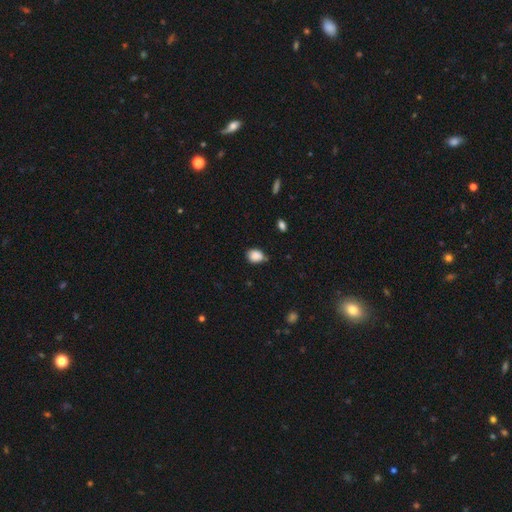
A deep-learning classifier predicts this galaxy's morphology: A smooth galaxy with no disk features (85%) that is in between round and cigar-shaped (59%). Merging: none (62%).